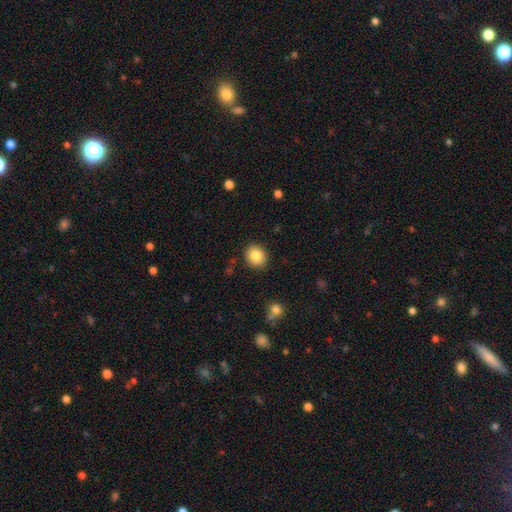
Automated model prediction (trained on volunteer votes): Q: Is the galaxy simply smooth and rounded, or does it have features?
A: smooth — 85%.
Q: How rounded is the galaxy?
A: round — 80%.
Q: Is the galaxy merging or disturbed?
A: none — 90%.